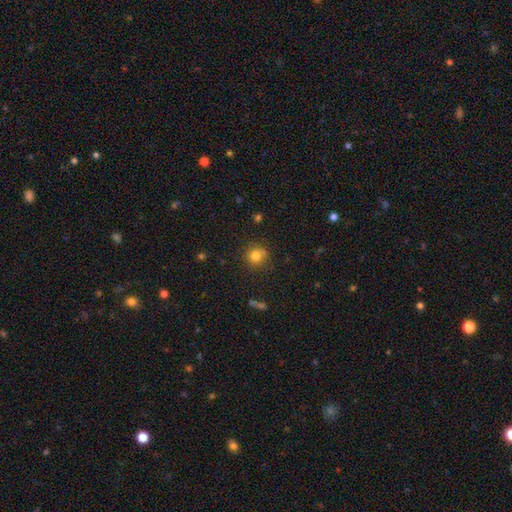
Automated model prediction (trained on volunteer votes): This appears to be a smooth galaxy with no disk features (80%) that is round (90%). Merging: none (77%).